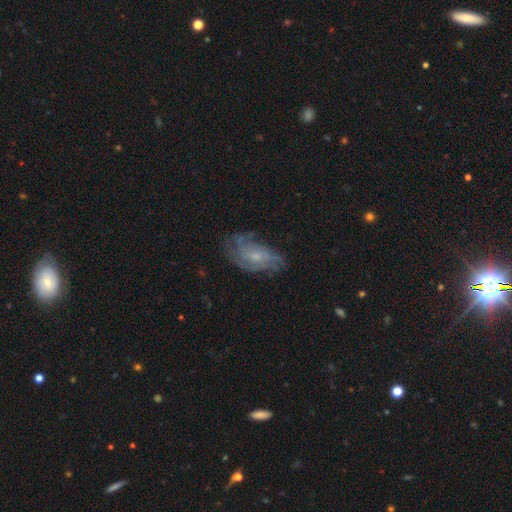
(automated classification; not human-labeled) Overall: featured or disk (66%). Edge-on disk: no (94%). Bar: no (65%; weak 31%). Spiral arms: yes (81%). Spiral arm count: can't tell (44%; 3 17%). Spiral winding: medium (41%; tight 37%). Bulge size: small (58%; moderate 30%). Merging: none (61%; minor disturbance 24%).